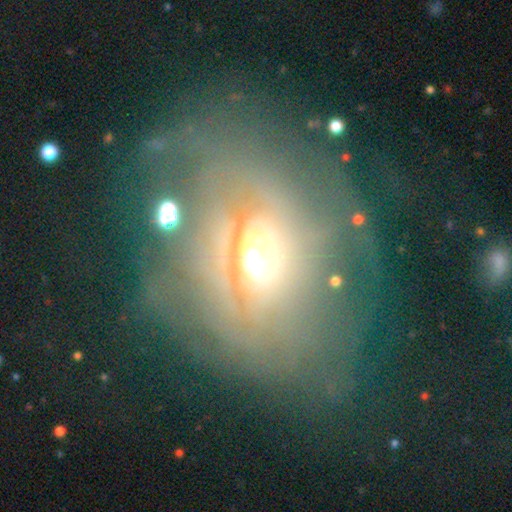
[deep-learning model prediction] A featured or disk galaxy (71%) with no bar (78%), spiral arms (56%) and a moderate central bulge (61%).

Vote fractions:
- Smooth or featured? featured or disk: 71% / smooth: 18% / star or artifact: 11%
- Edge-on disk? no: 92% / yes: 8%
- Bar? no: 78% / weak: 16% / strong: 7%
- Spiral arms? yes: 56% / no: 44%
- Bulge size? moderate: 61% / large: 22% / small: 12% / dominant: 4% / none: 2%
- Merging? none: 45% / major disturbance: 30% / minor disturbance: 20% / merger: 4%